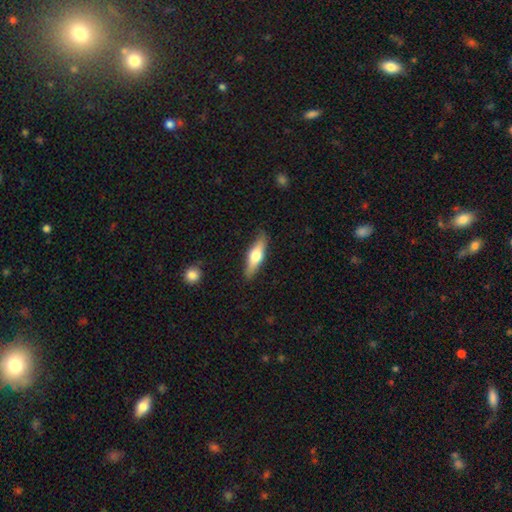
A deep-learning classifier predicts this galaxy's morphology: Overall: smooth (50%; featured or disk 44%). How rounded: cigar-shaped (59%; in between 38%). Merging: none (87%).